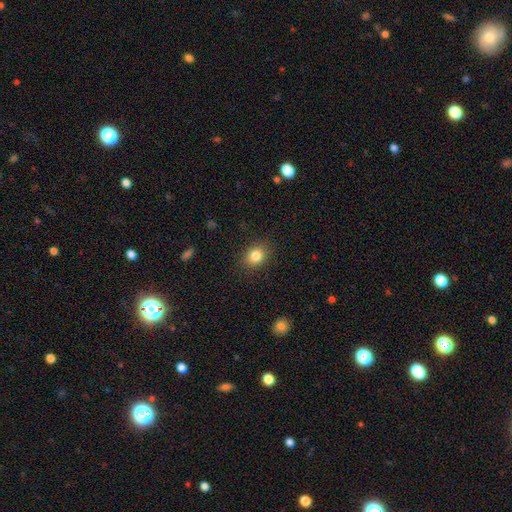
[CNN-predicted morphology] A smooth galaxy with no disk features (84%) that is round (53%). Merging: none (88%).